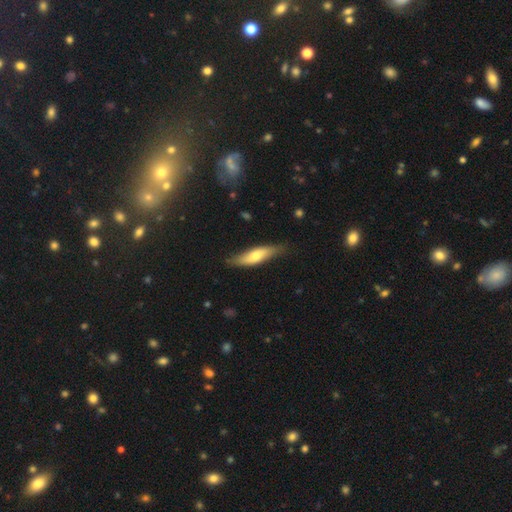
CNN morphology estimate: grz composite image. It shows a smooth galaxy with no disk features (59%) that is cigar-shaped (56%). Merging: none (77%).